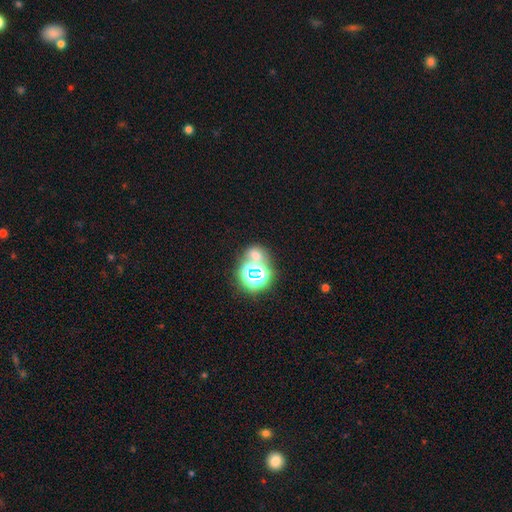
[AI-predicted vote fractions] The model was most divided on "smooth or featured": star or artifact: 48%, smooth: 42%, featured or disk: 10%.